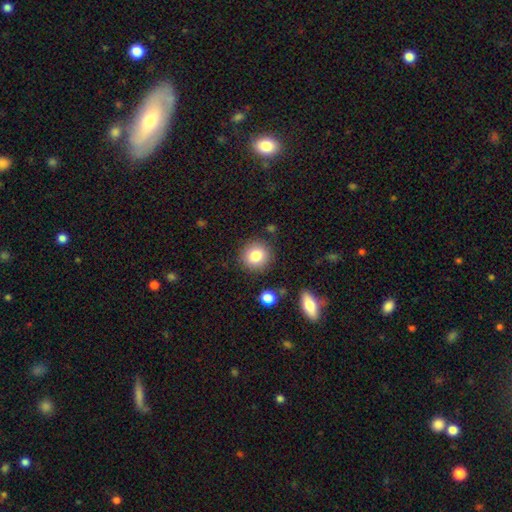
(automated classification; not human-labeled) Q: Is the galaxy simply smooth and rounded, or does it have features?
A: smooth — 82%.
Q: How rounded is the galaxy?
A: round — 89%.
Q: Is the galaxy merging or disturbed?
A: none — 86%.